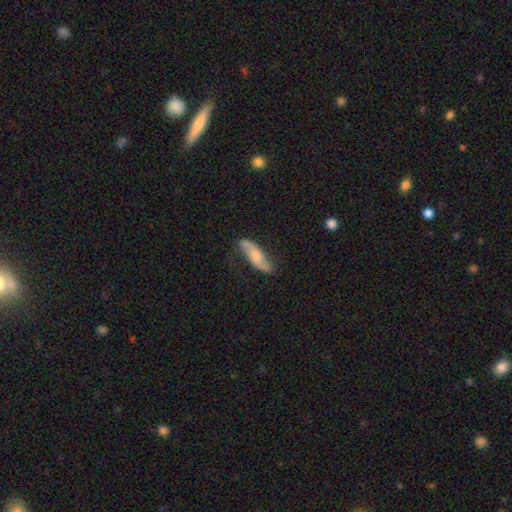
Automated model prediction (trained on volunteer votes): featured or disk 51%, smooth 43%, star or artifact 6%. Down the decision tree: edge-on disk — no (73%); merging — none (72%).